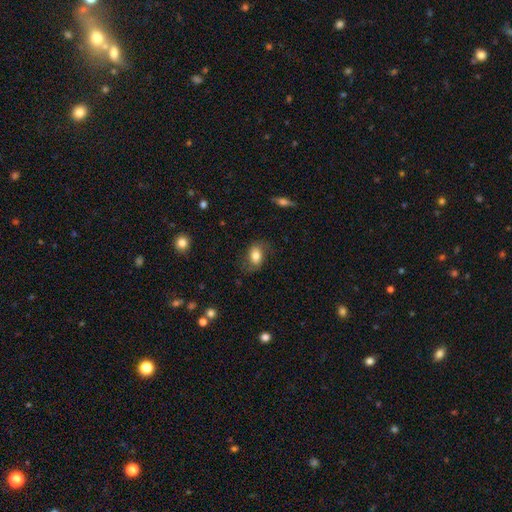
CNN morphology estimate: A smooth galaxy with no disk features (73%) that is in between round and cigar-shaped (81%).

Vote fractions:
- Smooth or featured? smooth: 73% / featured or disk: 20% / star or artifact: 8%
- How rounded? in between: 81% / round: 17% / cigar-shaped: 2%
- Merging? none: 68% / minor disturbance: 21% / major disturbance: 10% / merger: 1%